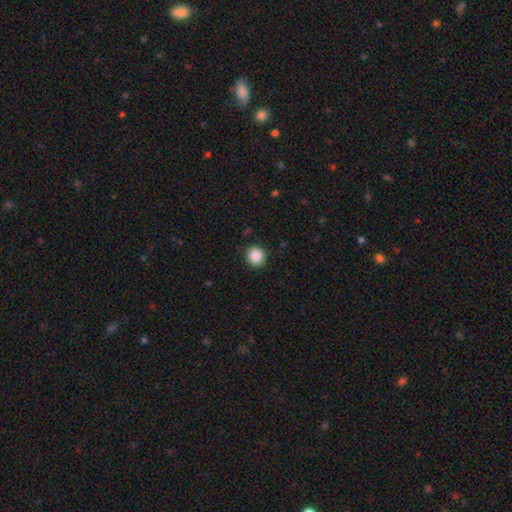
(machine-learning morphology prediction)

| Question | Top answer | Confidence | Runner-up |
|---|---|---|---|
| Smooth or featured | smooth | 86% | star or artifact (9%) |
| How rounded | round | 91% | in between (9%) |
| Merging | none | 91% | minor disturbance (6%) |